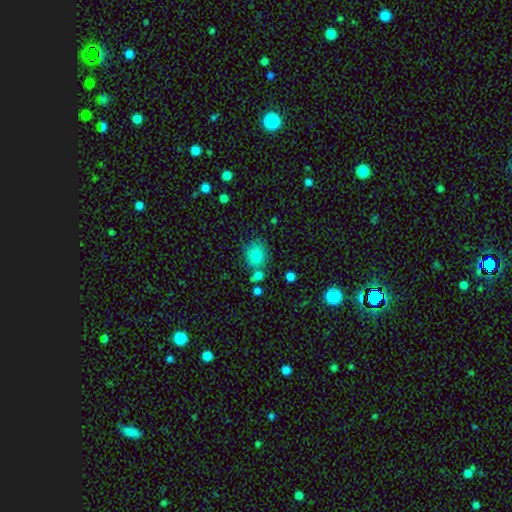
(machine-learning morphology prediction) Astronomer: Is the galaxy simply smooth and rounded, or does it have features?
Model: smooth — 82%.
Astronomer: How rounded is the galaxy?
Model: round — 69%.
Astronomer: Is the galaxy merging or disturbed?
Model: none — 69%.